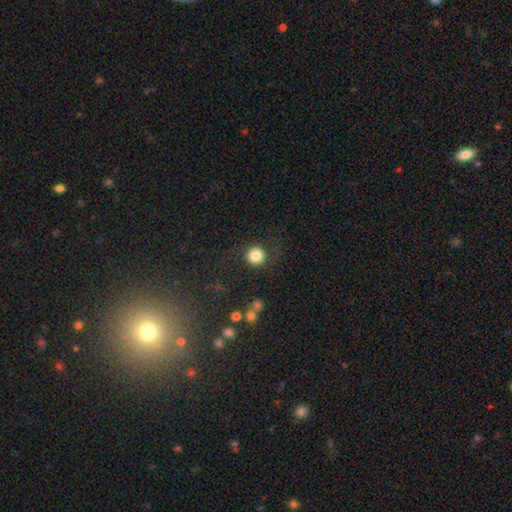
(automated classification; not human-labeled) A smooth galaxy with no disk features (82%) that is round (94%).

Vote fractions:
- Smooth or featured? smooth: 82% / star or artifact: 11% / featured or disk: 7%
- How rounded? round: 94% / in between: 5% / cigar-shaped: 1%
- Merging? none: 86% / minor disturbance: 8% / major disturbance: 4% / merger: 2%